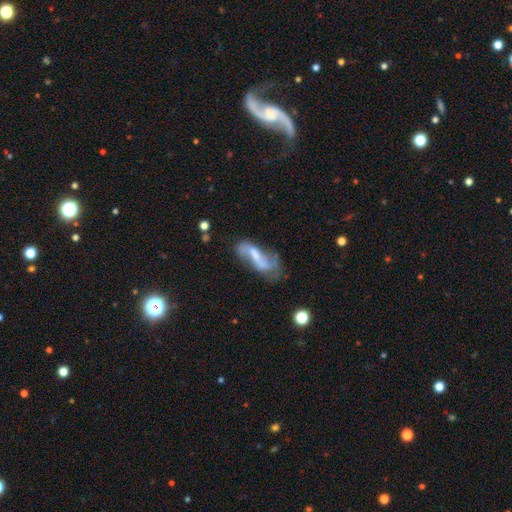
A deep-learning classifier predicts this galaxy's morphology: A featured or disk galaxy (65%) with a weak bar (39%), spiral arms (77%) and a small central bulge (41%). Merging: none (47%).